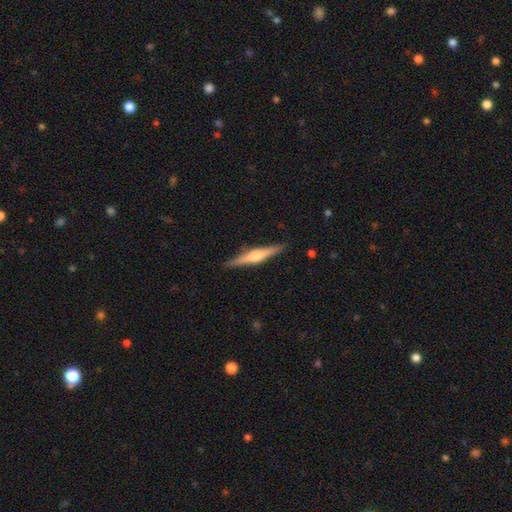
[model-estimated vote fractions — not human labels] The model was most divided on "smooth or featured": featured or disk: 70%, smooth: 25%, star or artifact: 5%. More confident: edge-on disk — yes (98%); merging — none (90%); edge-on bulge — rounded (80%).